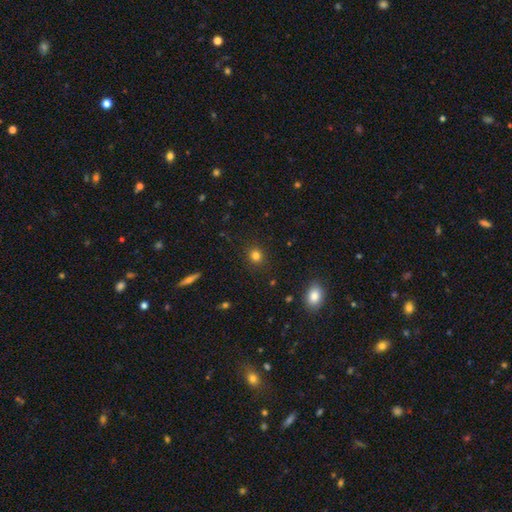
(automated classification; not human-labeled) Smooth or featured? Predicted: smooth (p=0.81). How rounded? Predicted: round (p=0.83). Merging? Predicted: none (p=0.90).